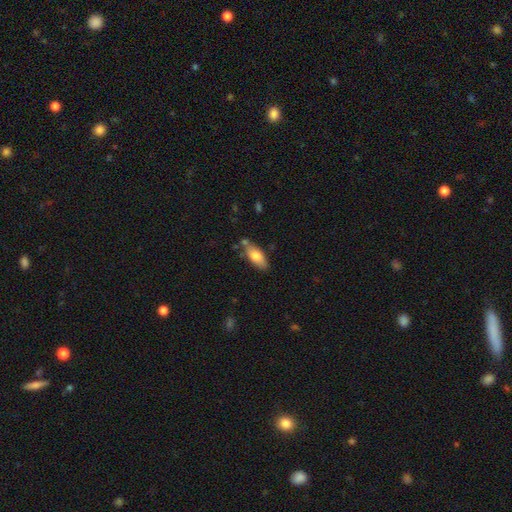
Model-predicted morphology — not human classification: A smooth galaxy with no disk features (76%) that is in between round and cigar-shaped (82%).

Vote fractions:
- Smooth or featured? smooth: 76% / featured or disk: 17% / star or artifact: 6%
- How rounded? in between: 82% / cigar-shaped: 16% / round: 2%
- Merging? none: 66% / minor disturbance: 20% / merger: 10% / major disturbance: 4%